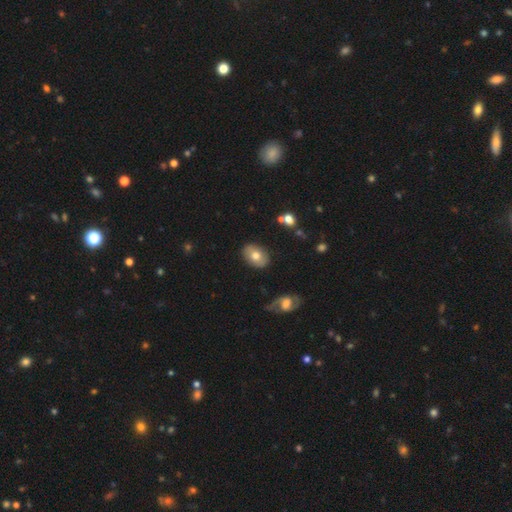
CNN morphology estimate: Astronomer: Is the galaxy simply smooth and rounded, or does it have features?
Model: smooth — 68%.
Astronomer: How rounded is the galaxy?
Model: in between — 79%.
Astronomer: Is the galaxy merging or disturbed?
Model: none — 84%.